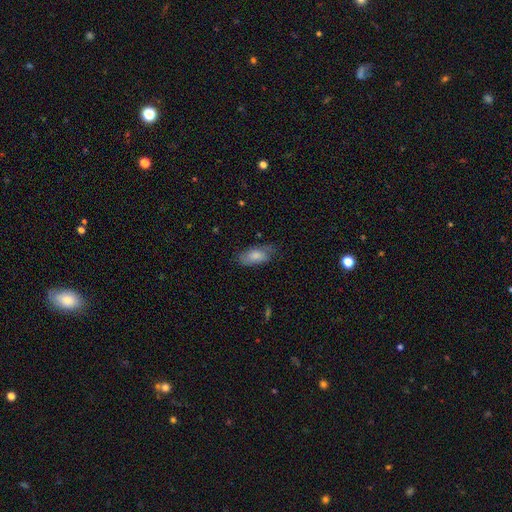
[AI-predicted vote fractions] smooth_or_featured: smooth (p=0.76) [alt: featured or disk p=0.17]
how_rounded: in between (p=0.88) [alt: cigar-shaped p=0.08]
merging: none (p=0.64) [alt: minor disturbance p=0.26]